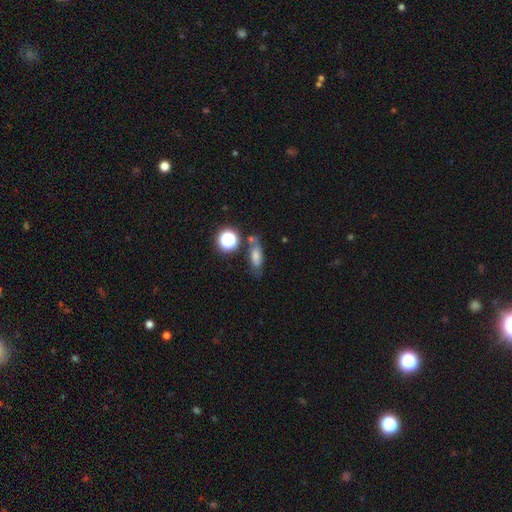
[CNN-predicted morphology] smooth 46%, featured or disk 27%, star or artifact 27%. Down the decision tree: merging — none (69%).